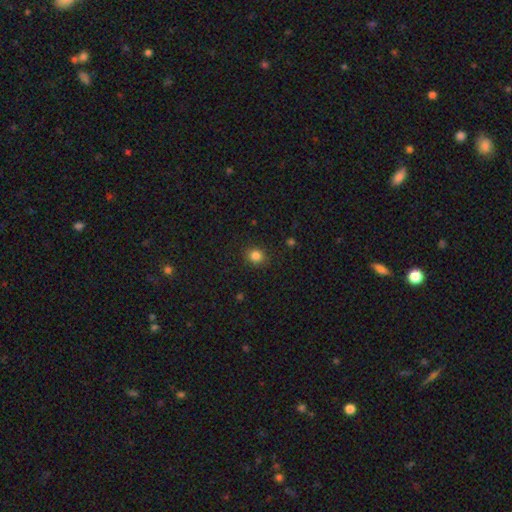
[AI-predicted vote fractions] smooth_or_featured: smooth (p=0.84) [alt: star or artifact p=0.12]
how_rounded: round (p=0.77) [alt: in between p=0.22]
merging: none (p=0.89) [alt: minor disturbance p=0.07]